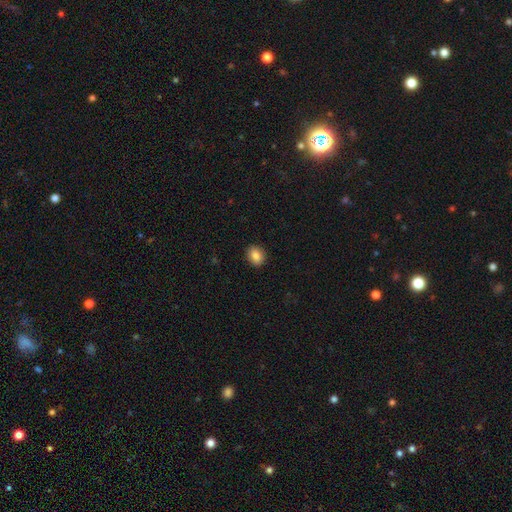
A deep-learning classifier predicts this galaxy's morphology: A smooth galaxy with no disk features (86%) that is round (50%). Merging: none (90%).